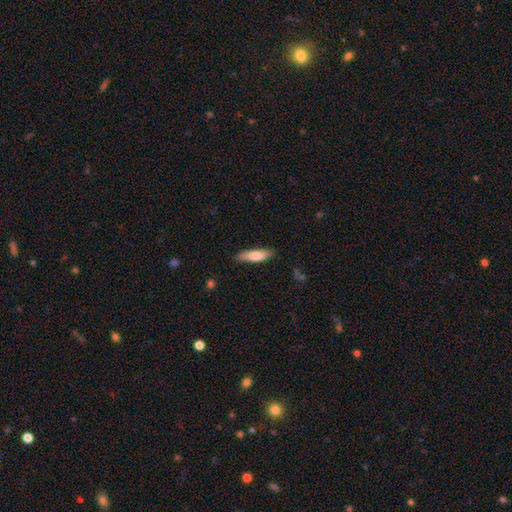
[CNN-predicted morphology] Smooth or featured? smooth (78%)
How rounded? cigar-shaped (59%)
Merging? none (83%)